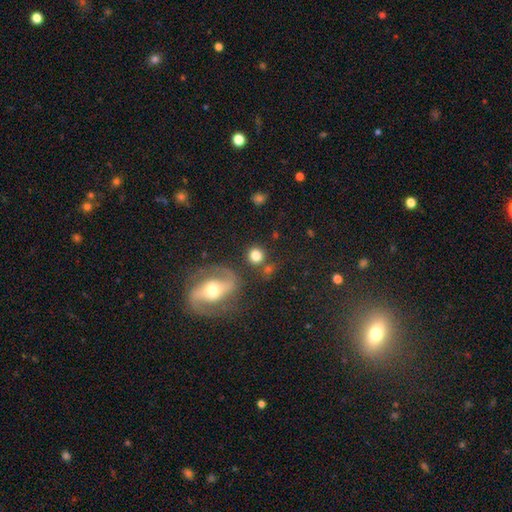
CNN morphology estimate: type=smooth (76%); roundness=round (90%); merging=none (77%).